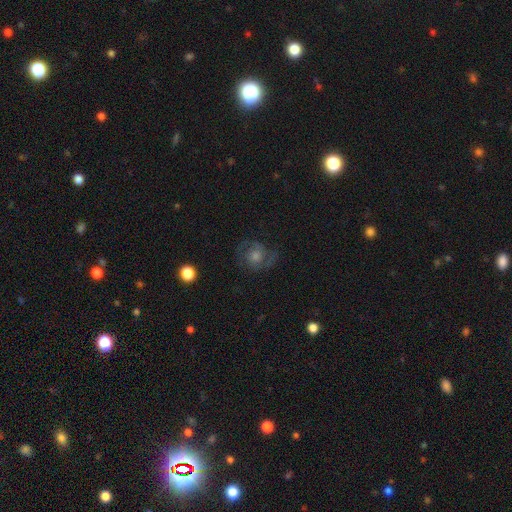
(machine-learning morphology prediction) Smooth or featured?
  - featured or disk: 72% *
  - smooth: 16%
  - star or artifact: 12%
Edge-on disk?
  - no: 97% *
  - yes: 3%
Bar?
  - no: 70% *
  - weak: 26%
  - strong: 4%
Spiral arms?
  - yes: 93% *
  - no: 7%
Spiral winding?
  - medium: 50% *
  - tight: 35%
  - loose: 15%
Spiral arm count?
  - 2: 74% *
  - can't tell: 11%
  - 3: 7%
  - 1: 3%
  - 4: 2%
  - more than 4: 2%
Bulge size?
  - moderate: 49% *
  - small: 27%
  - large: 15%
  - none: 7%
  - dominant: 2%
Merging?
  - none: 75% *
  - minor disturbance: 14%
  - major disturbance: 9%
  - merger: 1%